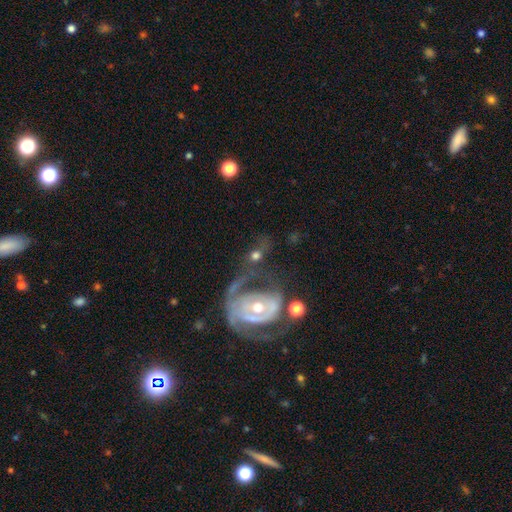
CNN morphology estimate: This is possibly a featured or disk galaxy (51%). It is clearly not viewed edge-on (93%). Merging: marginally none (33%).